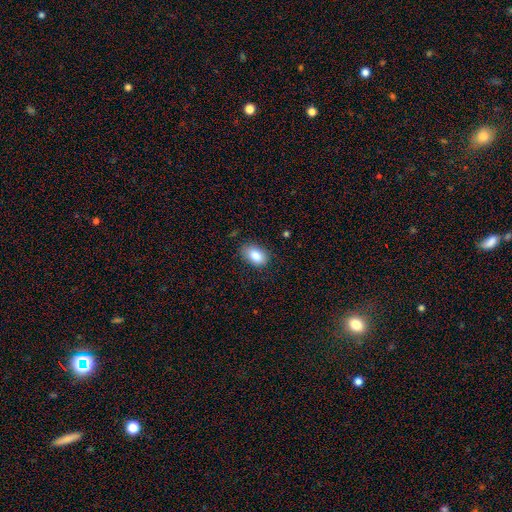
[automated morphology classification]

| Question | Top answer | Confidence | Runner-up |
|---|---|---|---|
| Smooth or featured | smooth | 85% | star or artifact (8%) |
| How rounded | in between | 86% | round (13%) |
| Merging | none | 79% | minor disturbance (16%) |